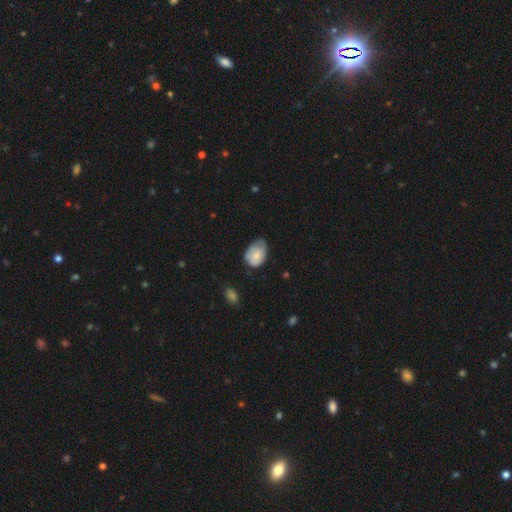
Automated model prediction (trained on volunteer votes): This is likely a smooth galaxy (74%). How rounded: likely in between (76%). Merging: marginally none (43%, tied with minor disturbance).